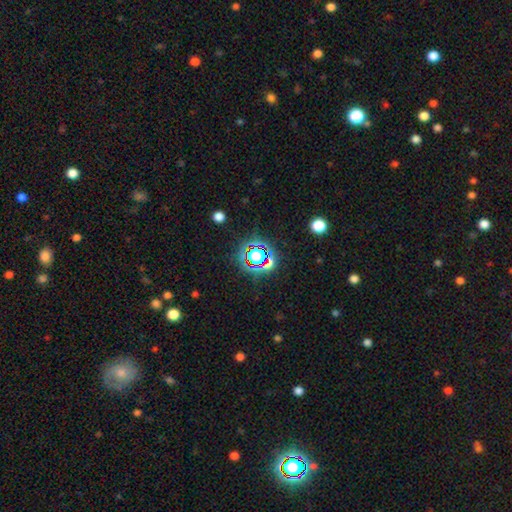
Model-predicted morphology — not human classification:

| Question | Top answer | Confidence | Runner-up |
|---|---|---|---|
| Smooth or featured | star or artifact | 65% | smooth (23%) |